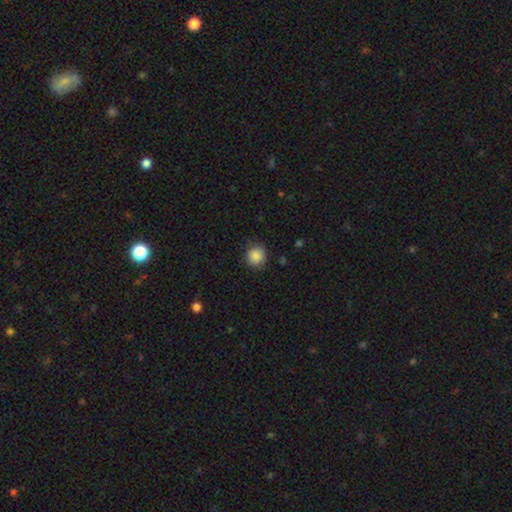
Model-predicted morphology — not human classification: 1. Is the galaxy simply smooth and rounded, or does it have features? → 86% smooth, 10% star or artifact, 4% featured or disk.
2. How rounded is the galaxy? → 91% round, 8% in between, 1% cigar-shaped.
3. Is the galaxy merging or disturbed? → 86% none, 11% minor disturbance, 3% major disturbance, 1% merger.